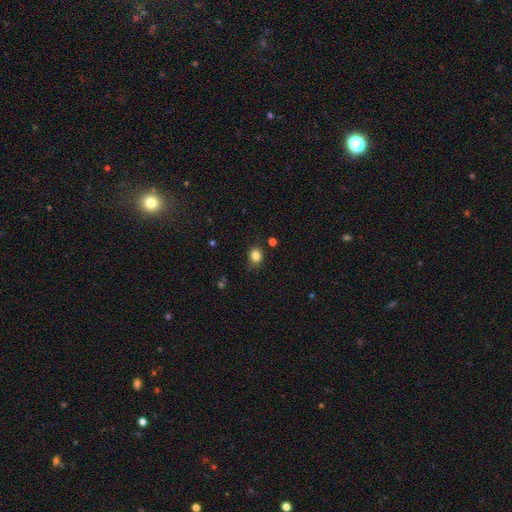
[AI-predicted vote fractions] Smooth or featured: smooth — 83% (star or artifact — 12%)
How rounded: round — 63% (in between — 36%)
Merging: none — 82% (minor disturbance — 13%)